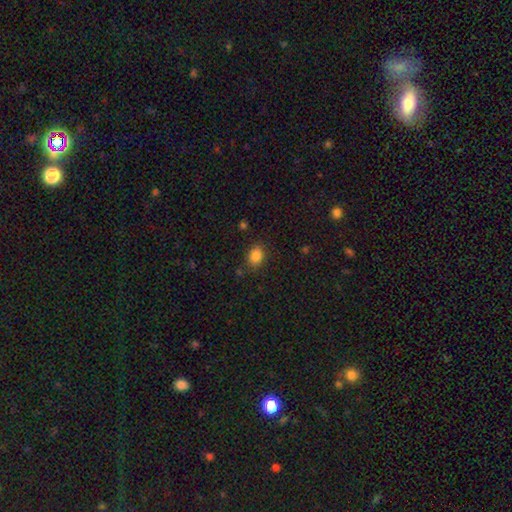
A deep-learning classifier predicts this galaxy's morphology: smooth 84%, star or artifact 10%, featured or disk 6%. Down the decision tree: how rounded — in between (62%); merging — none (82%).